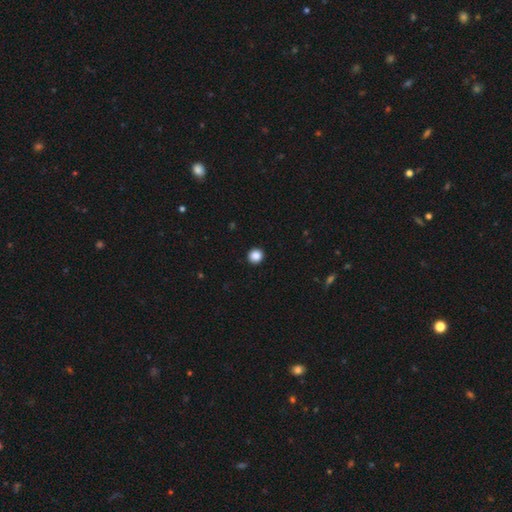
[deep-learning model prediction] Overall: smooth (88%). How rounded: round (93%). Merging: none (93%).